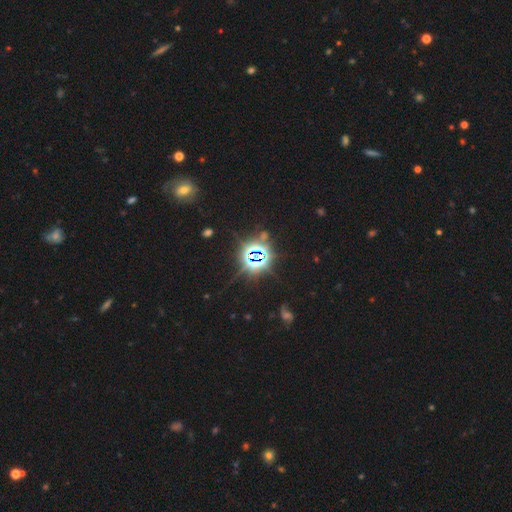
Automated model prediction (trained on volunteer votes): Smooth or featured: star or artifact — 83% (smooth — 9%)